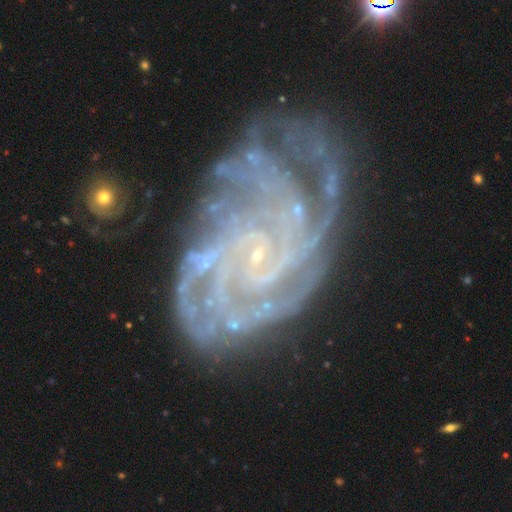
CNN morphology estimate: Smooth or featured? Predicted: featured or disk (p=0.89). Edge-on disk? Predicted: no (p=0.98). Bar? Predicted: no (p=0.66). Spiral arms? Predicted: yes (p=0.98). Spiral winding? Predicted: tight (p=0.71). Spiral arm count? Predicted: 4 (p=0.24). Bulge size? Predicted: small (p=0.83). Merging? Predicted: none (p=0.59).